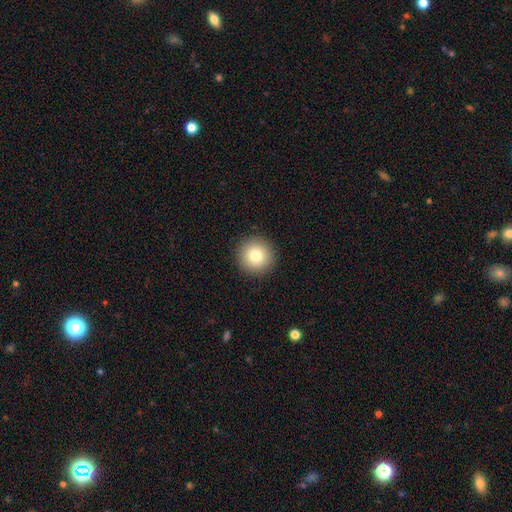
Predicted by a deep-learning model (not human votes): Morphology: type=smooth (81%); roundness=round (96%); merging=none (92%).